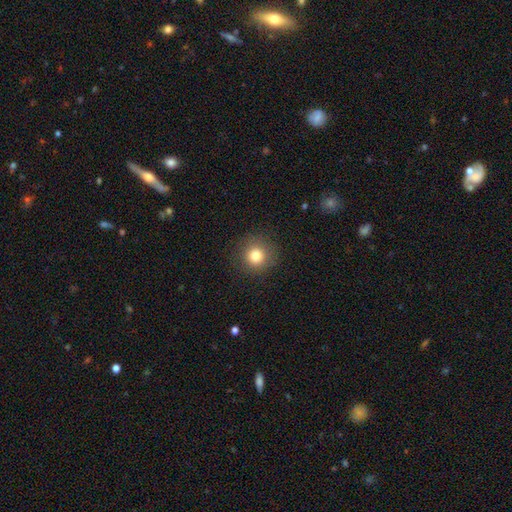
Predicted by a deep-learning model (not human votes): smooth-or-featured: smooth: 81% | star or artifact: 12% | featured or disk: 8%
  how-rounded: round: 93% | in between: 6% | cigar-shaped: 1%
  merging: none: 89% | minor disturbance: 7% | major disturbance: 3% | merger: 1%